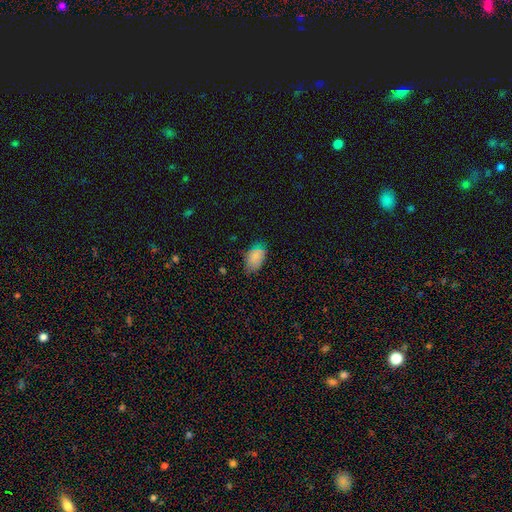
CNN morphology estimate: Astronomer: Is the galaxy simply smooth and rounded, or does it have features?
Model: smooth — 79%.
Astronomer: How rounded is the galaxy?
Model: in between — 91%.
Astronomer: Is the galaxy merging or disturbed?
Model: none — 68%.